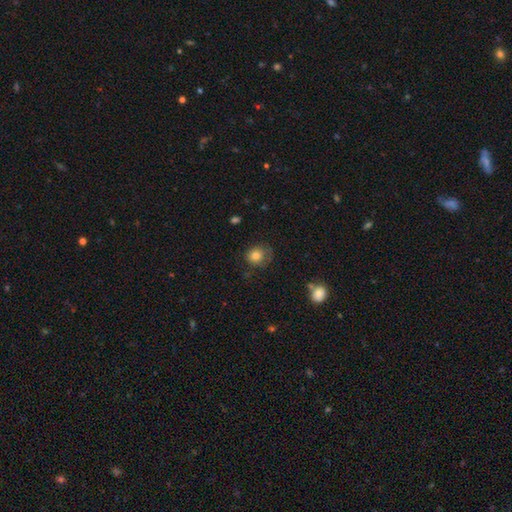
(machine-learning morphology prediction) smooth-or-featured: smooth: 80% | featured or disk: 10% | star or artifact: 10%
  how-rounded: round: 74% | in between: 26% | cigar-shaped: 1%
  merging: none: 61% | minor disturbance: 25% | major disturbance: 12% | merger: 2%